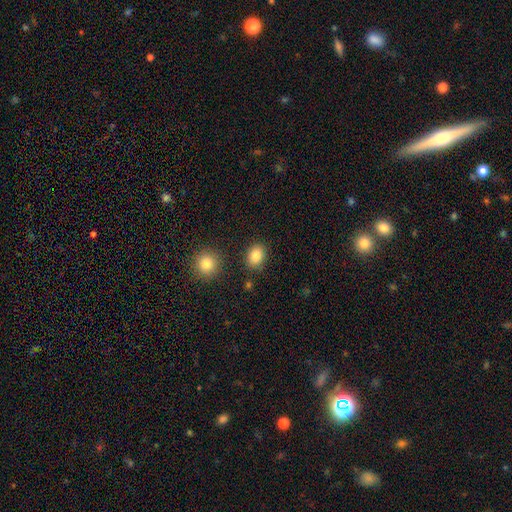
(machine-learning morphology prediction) This appears to be a smooth galaxy with no disk features (85%) that is in between round and cigar-shaped (57%). Merging: none (84%).